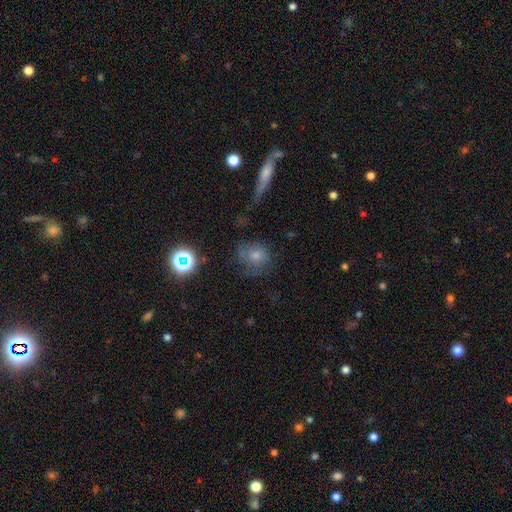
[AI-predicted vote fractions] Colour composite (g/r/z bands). It shows a smooth galaxy with no disk features (48%). Merging: none (61%).